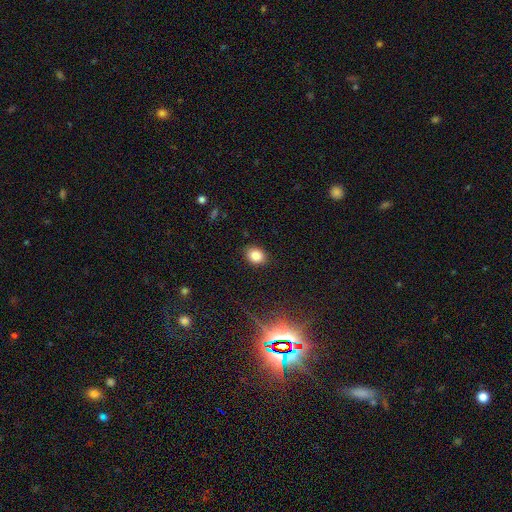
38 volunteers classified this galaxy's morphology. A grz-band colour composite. It shows a smooth galaxy with no disk features (92%) that is in between round and cigar-shaped (54%). Merging: none (81%).